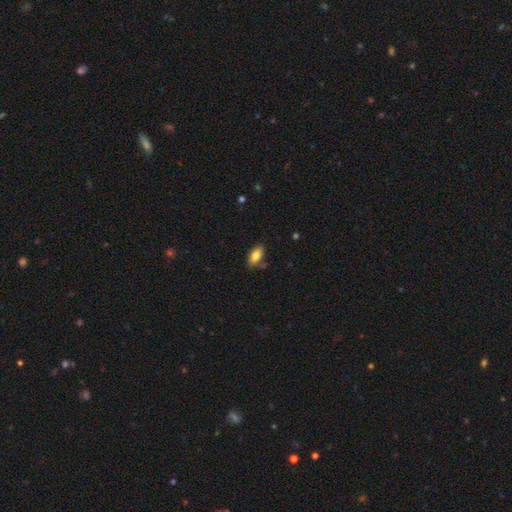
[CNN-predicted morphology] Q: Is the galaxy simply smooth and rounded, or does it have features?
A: smooth — 84%.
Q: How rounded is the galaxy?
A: in between — 89%.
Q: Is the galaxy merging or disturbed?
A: none — 80%.